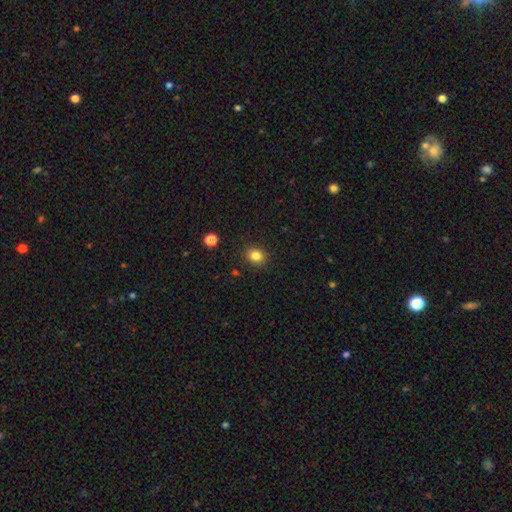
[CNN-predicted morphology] A smooth galaxy with no disk features (83%) that is round (66%).

Vote fractions:
- Smooth or featured? smooth: 83% / star or artifact: 12% / featured or disk: 5%
- How rounded? round: 66% / in between: 33% / cigar-shaped: 1%
- Merging? none: 88% / minor disturbance: 8% / major disturbance: 2% / merger: 1%